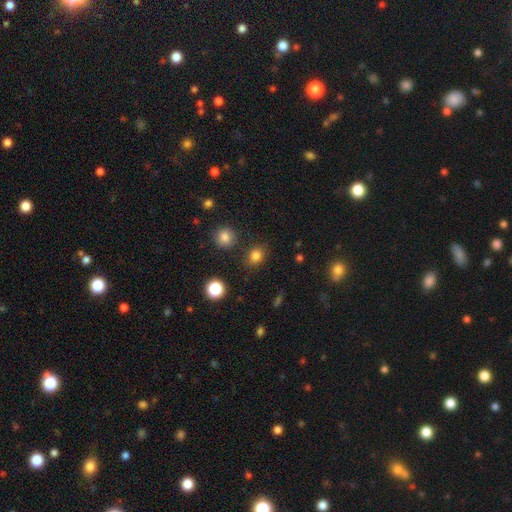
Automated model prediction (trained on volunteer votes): smooth_or_featured: smooth (p=0.80) [alt: star or artifact p=0.14]
how_rounded: round (p=0.65) [alt: in between p=0.34]
merging: none (p=0.84) [alt: minor disturbance p=0.09]